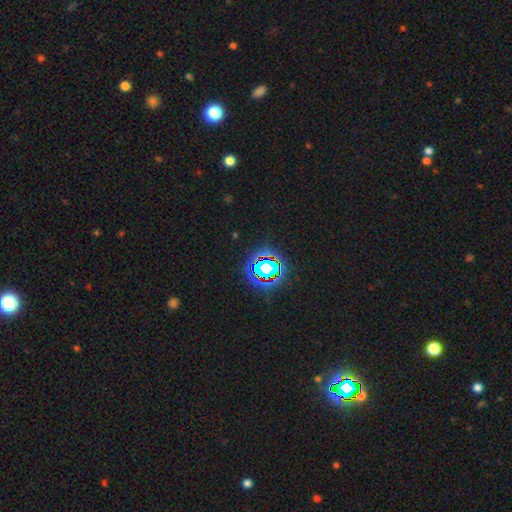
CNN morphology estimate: Overall: star or artifact (74%).